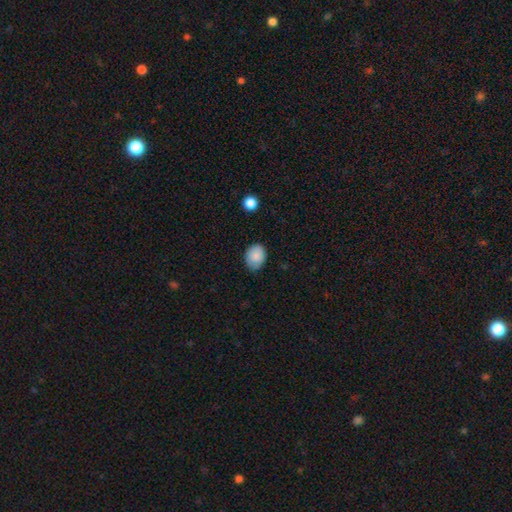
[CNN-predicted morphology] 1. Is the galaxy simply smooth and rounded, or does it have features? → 86% smooth, 8% star or artifact, 6% featured or disk.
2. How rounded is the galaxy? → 59% in between, 40% round, 1% cigar-shaped.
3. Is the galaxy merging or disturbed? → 78% none, 18% minor disturbance, 3% major disturbance, 1% merger.